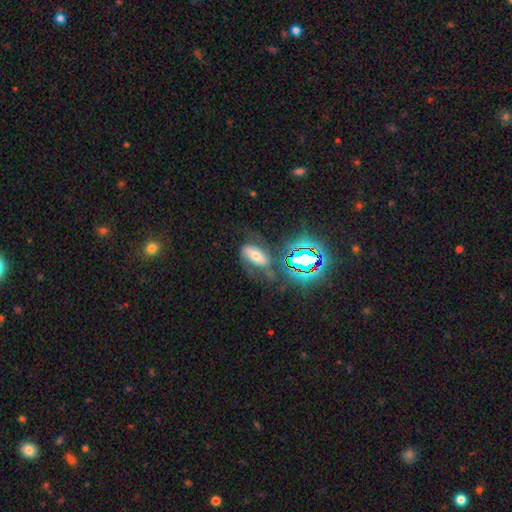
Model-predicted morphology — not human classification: Q: Smooth or featured?
A: featured or disk (43%); runner-up: smooth (31%)
Q: Merging?
A: none (53%); runner-up: minor disturbance (21%)